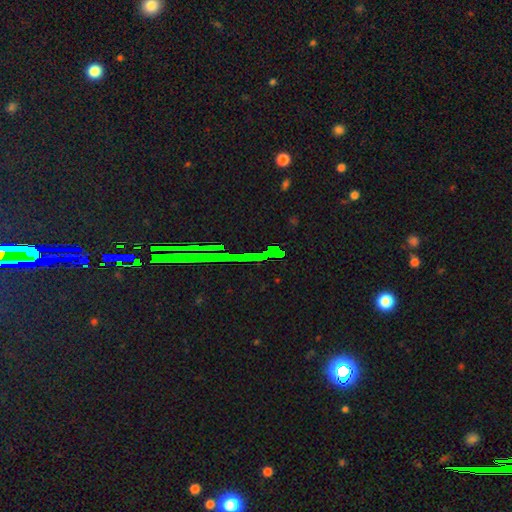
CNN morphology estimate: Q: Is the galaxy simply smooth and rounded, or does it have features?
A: star or artifact — 81%.